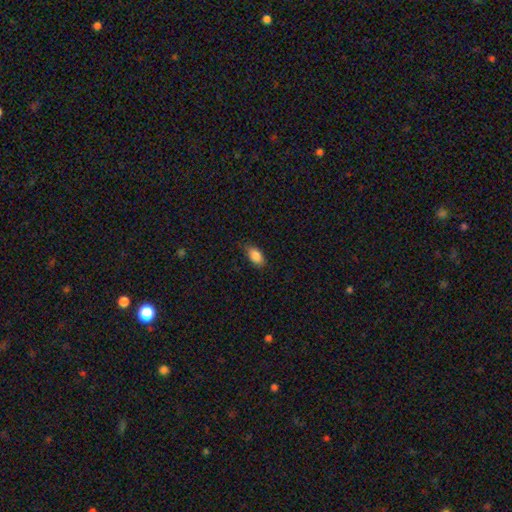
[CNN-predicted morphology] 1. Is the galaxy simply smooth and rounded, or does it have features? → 86% smooth, 7% star or artifact, 6% featured or disk.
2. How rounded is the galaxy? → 91% in between, 5% round, 4% cigar-shaped.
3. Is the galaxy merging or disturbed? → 70% none, 24% minor disturbance, 4% major disturbance, 1% merger.